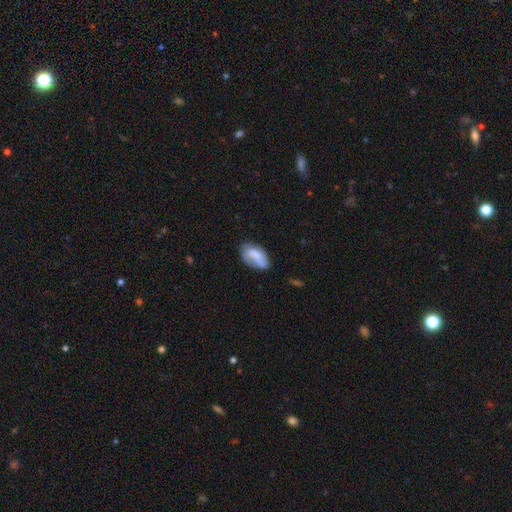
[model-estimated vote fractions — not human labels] Smooth or featured?
  - smooth: 68% *
  - featured or disk: 25%
  - star or artifact: 7%
How rounded?
  - in between: 93% *
  - round: 5%
  - cigar-shaped: 3%
Merging?
  - none: 52% *
  - minor disturbance: 32%
  - major disturbance: 13%
  - merger: 4%